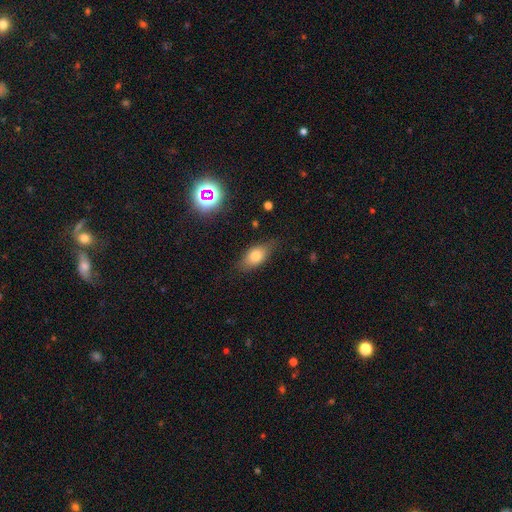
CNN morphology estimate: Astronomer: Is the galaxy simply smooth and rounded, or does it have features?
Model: smooth — 74%.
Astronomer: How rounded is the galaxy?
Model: in between — 84%.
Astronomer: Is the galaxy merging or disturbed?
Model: none — 76%.